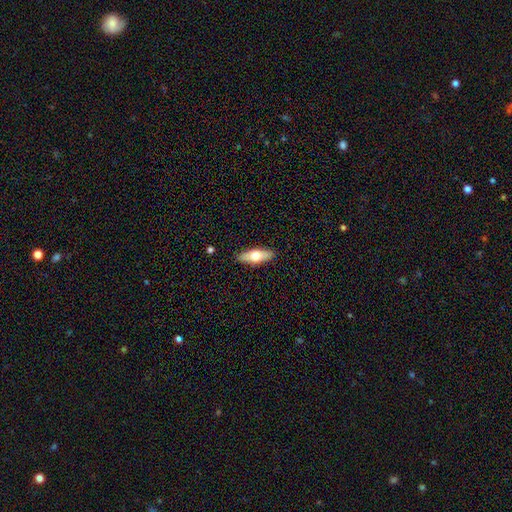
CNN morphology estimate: Smooth or featured? smooth (58%)
How rounded? in between (60%)
Merging? none (89%)